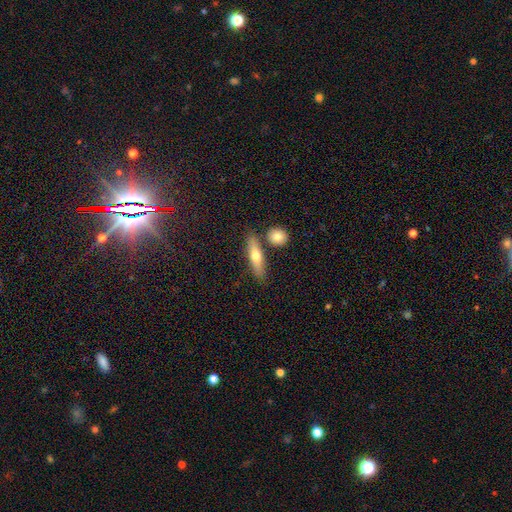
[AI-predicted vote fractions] This appears to be a smooth galaxy with no disk features (62%) that is cigar-shaped (65%). Merging: none (75%).